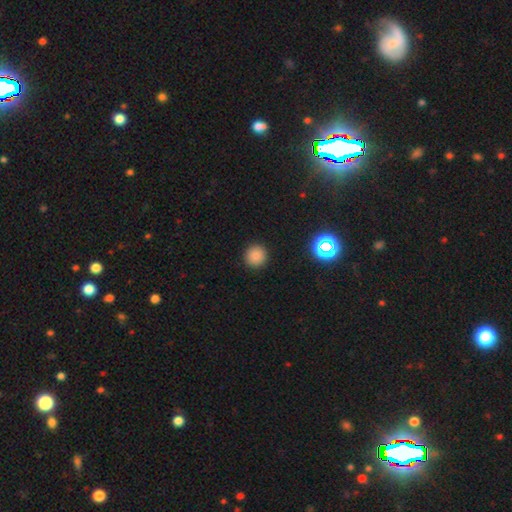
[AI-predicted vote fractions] Morphology: type=smooth (82%); roundness=round (95%); merging=none (92%).